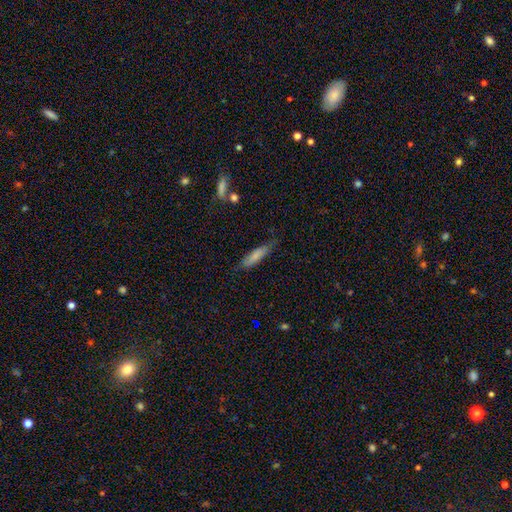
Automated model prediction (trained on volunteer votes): Smooth or featured: smooth — 75% (featured or disk — 18%)
How rounded: cigar-shaped — 70% (in between — 29%)
Merging: none — 67% (minor disturbance — 25%)